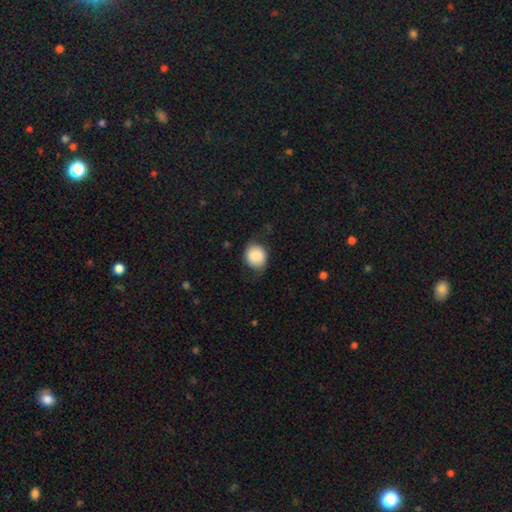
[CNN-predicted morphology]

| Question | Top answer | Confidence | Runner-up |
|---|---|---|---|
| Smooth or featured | smooth | 84% | featured or disk (9%) |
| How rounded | round | 75% | in between (24%) |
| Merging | none | 70% | minor disturbance (22%) |